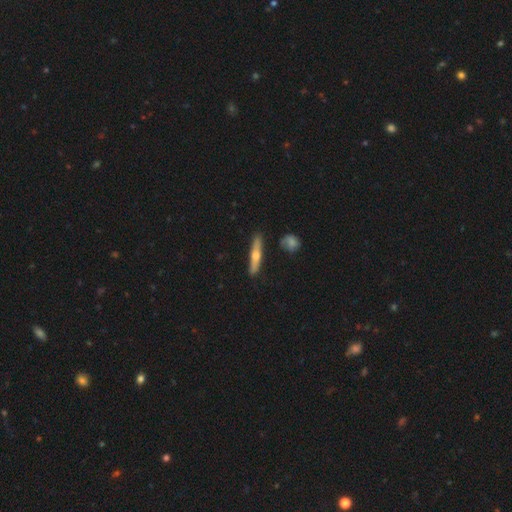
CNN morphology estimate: Q: Smooth or featured?
A: smooth (49%); runner-up: featured or disk (46%)
Q: Merging?
A: none (86%); runner-up: minor disturbance (10%)